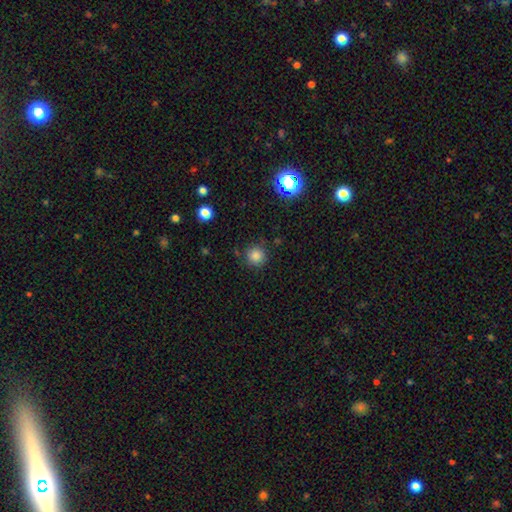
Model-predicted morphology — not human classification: This appears to be a smooth galaxy with no disk features (82%) that is round (94%). Merging: none (83%).